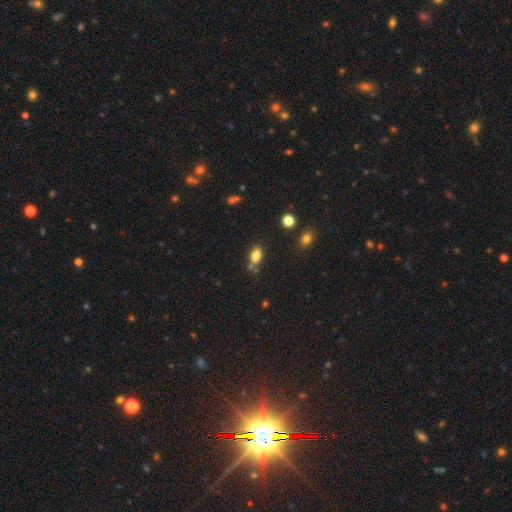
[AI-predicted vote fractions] Smooth or featured? Predicted: smooth (p=0.81). How rounded? Predicted: in between (p=0.84). Merging? Predicted: none (p=0.64).